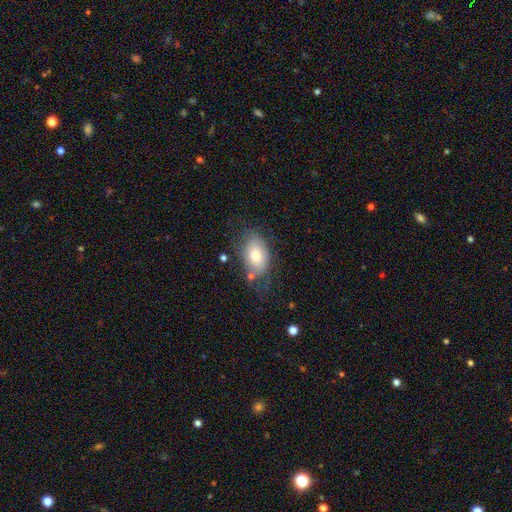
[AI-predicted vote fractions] A smooth galaxy with no disk features (73%) that is in between round and cigar-shaped (90%). Merging: none (53%).